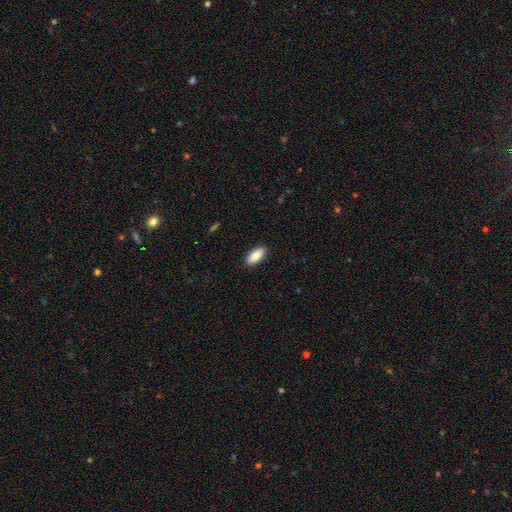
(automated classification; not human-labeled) Smooth or featured: smooth — 86% (featured or disk — 8%)
How rounded: in between — 89% (cigar-shaped — 9%)
Merging: none — 90% (minor disturbance — 8%)